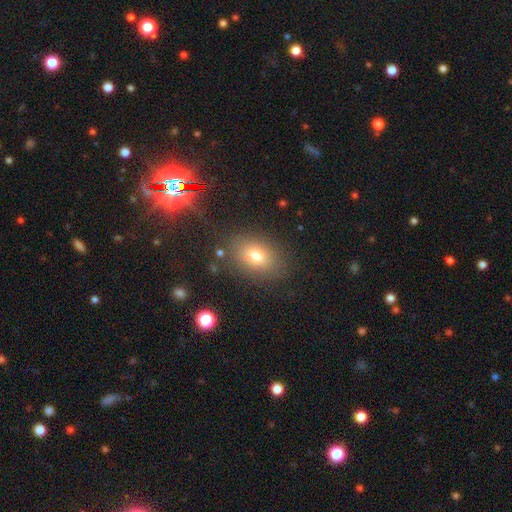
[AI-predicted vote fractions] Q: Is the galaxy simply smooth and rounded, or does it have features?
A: smooth — 74%.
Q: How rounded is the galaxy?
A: in between — 74%.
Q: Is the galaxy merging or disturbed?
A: none — 82%.